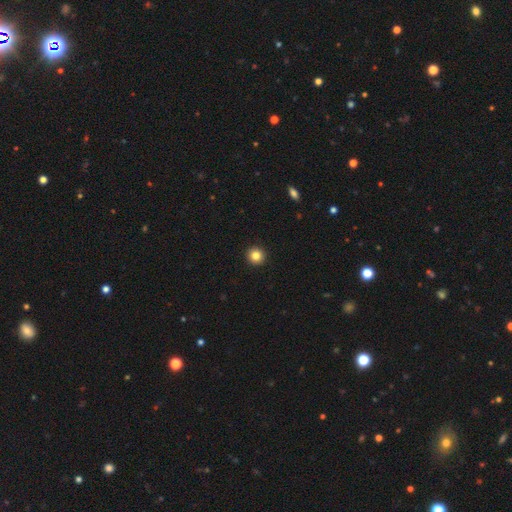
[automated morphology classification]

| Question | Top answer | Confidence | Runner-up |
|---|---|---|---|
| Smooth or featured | smooth | 84% | star or artifact (11%) |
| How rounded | round | 96% | in between (3%) |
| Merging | none | 94% | minor disturbance (4%) |